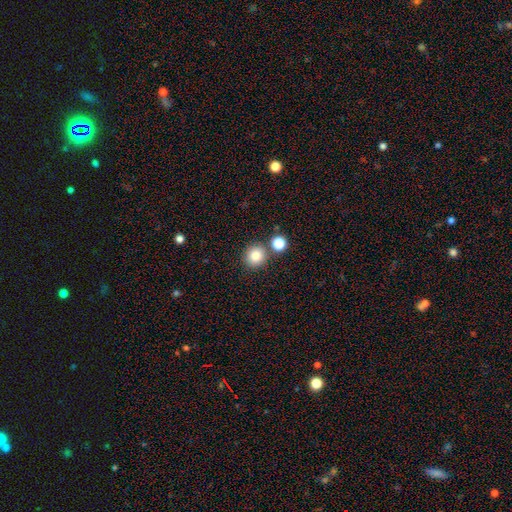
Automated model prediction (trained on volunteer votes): smooth-or-featured: smooth: 81% | star or artifact: 12% | featured or disk: 7%
  how-rounded: round: 92% | in between: 7% | cigar-shaped: 1%
  merging: none: 78% | merger: 13% | minor disturbance: 7% | major disturbance: 2%